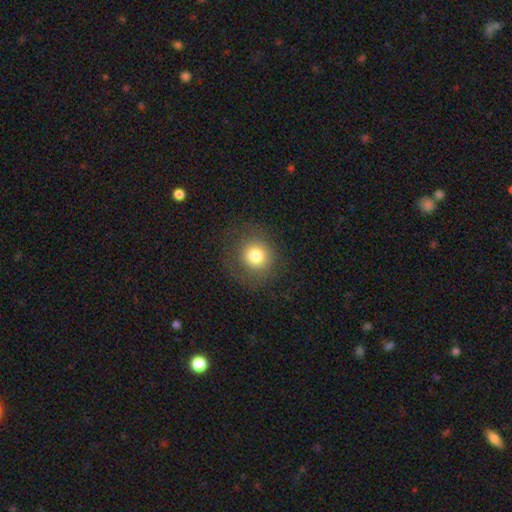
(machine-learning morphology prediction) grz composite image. It shows a smooth galaxy with no disk features (78%) that is round (90%). Merging: none (82%).